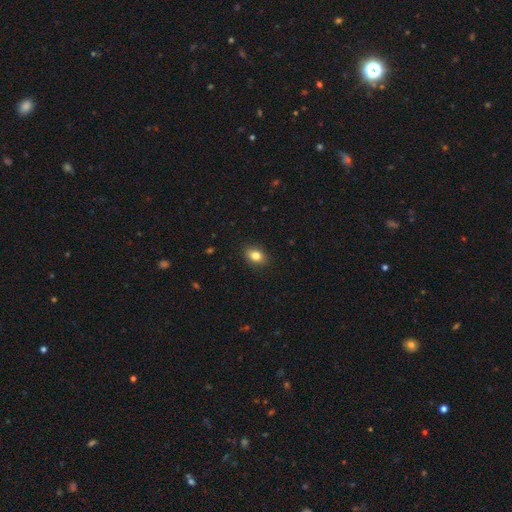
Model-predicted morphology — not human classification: A smooth galaxy with no disk features (82%) that is in between round and cigar-shaped (71%).

Vote fractions:
- Smooth or featured? smooth: 82% / star or artifact: 10% / featured or disk: 8%
- How rounded? in between: 71% / round: 27% / cigar-shaped: 1%
- Merging? none: 89% / minor disturbance: 8% / major disturbance: 2% / merger: 1%